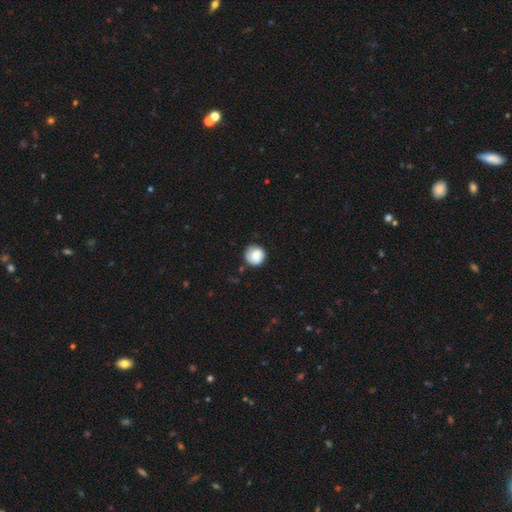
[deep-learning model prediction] Smooth or featured: smooth — 78% (featured or disk — 14%)
How rounded: round — 92% (in between — 7%)
Merging: none — 73% (minor disturbance — 19%)